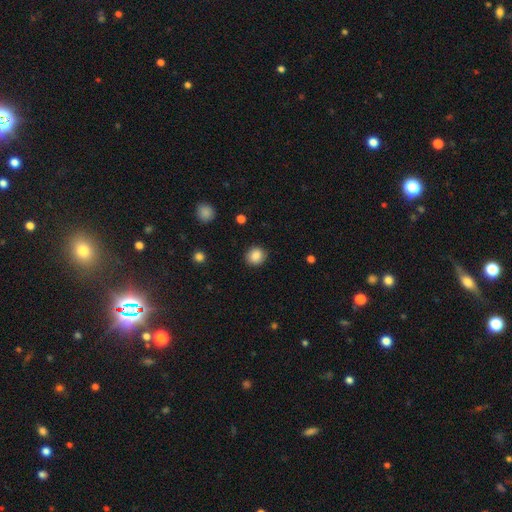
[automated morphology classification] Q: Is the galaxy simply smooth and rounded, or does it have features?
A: smooth — 86%.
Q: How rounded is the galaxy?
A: round — 84%.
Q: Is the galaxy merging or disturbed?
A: none — 89%.